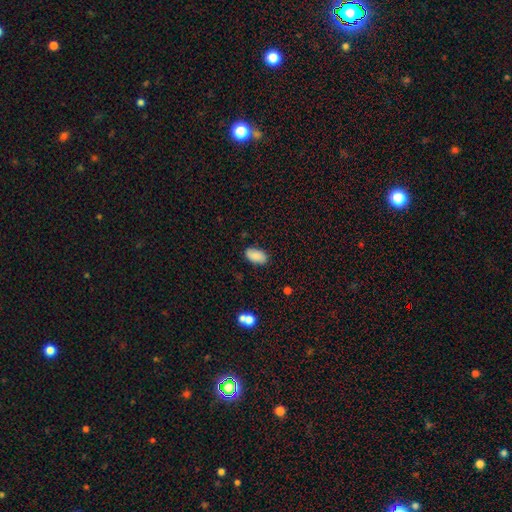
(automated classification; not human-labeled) smooth 88%, star or artifact 7%, featured or disk 5%. Down the decision tree: how rounded — in between (94%); merging — none (82%).